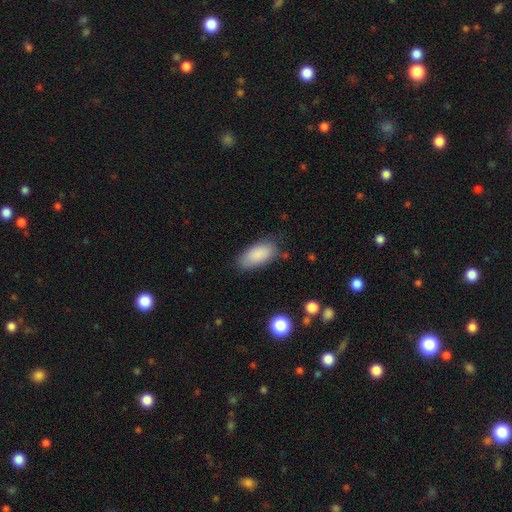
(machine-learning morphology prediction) smooth_or_featured: smooth (p=0.87) [alt: star or artifact p=0.07]
how_rounded: in between (p=0.90) [alt: cigar-shaped p=0.07]
merging: none (p=0.80) [alt: minor disturbance p=0.15]